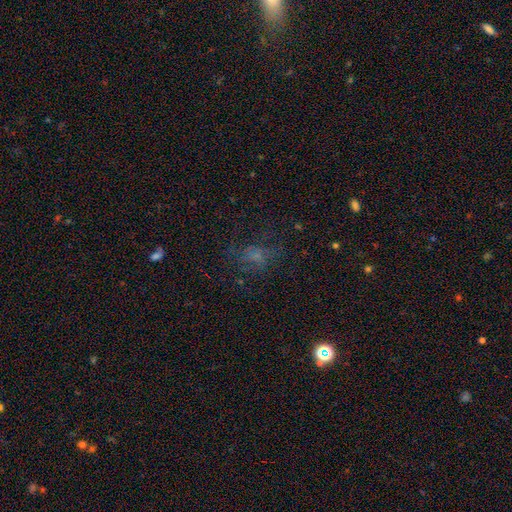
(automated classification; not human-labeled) The model was most divided on "smooth or featured": smooth: 46%, star or artifact: 30%, featured or disk: 24%. More confident: merging — none (56%).